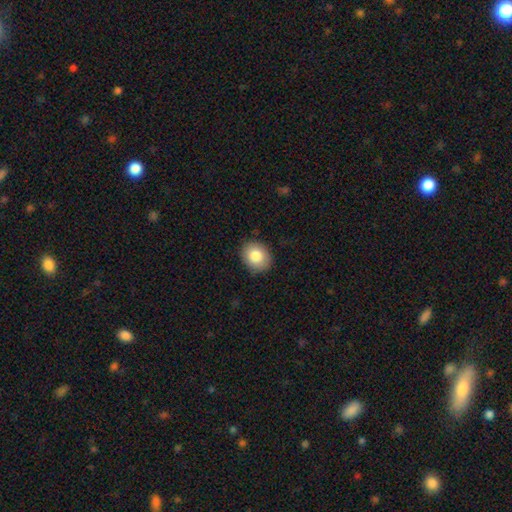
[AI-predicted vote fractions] smooth-or-featured: smooth: 83% | featured or disk: 9% | star or artifact: 8%
  how-rounded: round: 53% | in between: 46% | cigar-shaped: 1%
  merging: none: 88% | minor disturbance: 9% | major disturbance: 2% | merger: 1%